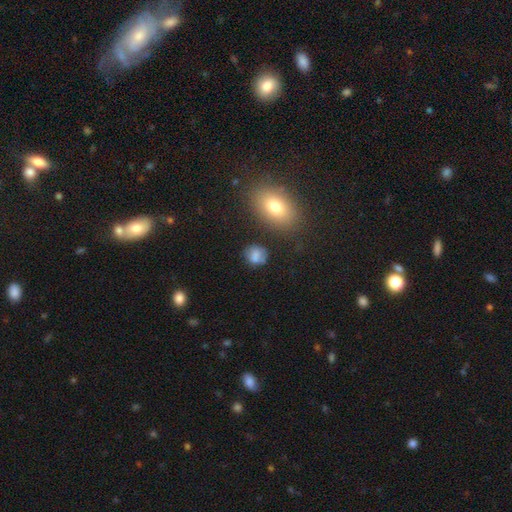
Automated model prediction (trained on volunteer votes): smooth_or_featured: smooth (p=0.75) [alt: featured or disk p=0.14]
how_rounded: round (p=0.64) [alt: in between p=0.34]
merging: none (p=0.66) [alt: minor disturbance p=0.20]